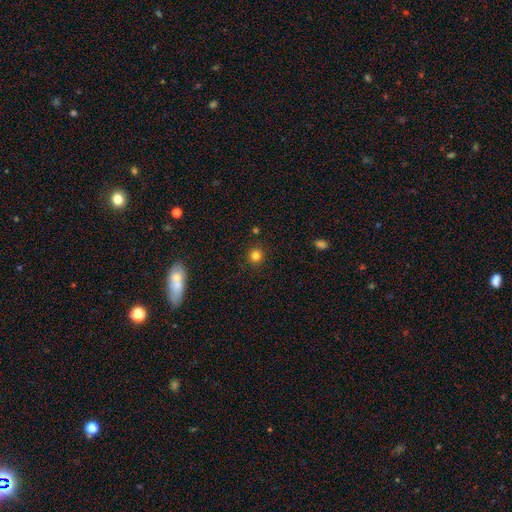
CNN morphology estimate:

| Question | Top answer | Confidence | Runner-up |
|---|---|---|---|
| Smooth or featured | smooth | 81% | star or artifact (14%) |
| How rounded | round | 94% | in between (5%) |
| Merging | none | 91% | minor disturbance (6%) |